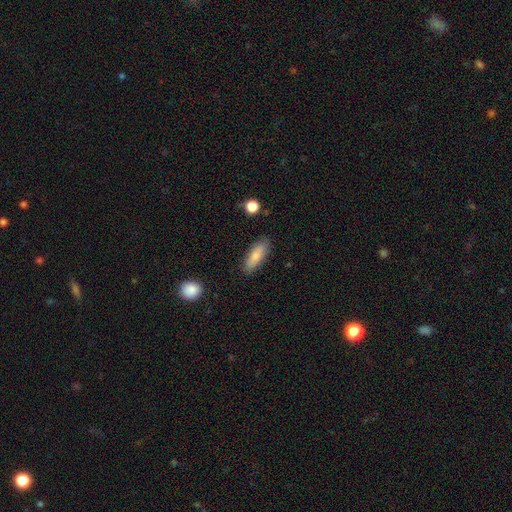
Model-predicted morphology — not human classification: This is likely a smooth galaxy (78%). How rounded: possibly in between (54%). Merging: clearly none (86%).